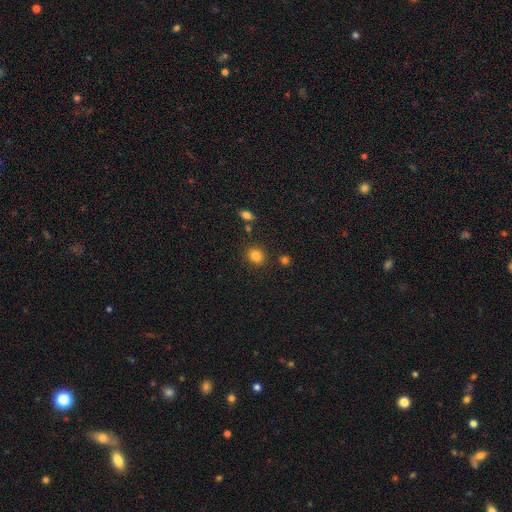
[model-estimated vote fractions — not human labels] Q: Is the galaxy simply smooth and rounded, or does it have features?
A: smooth — 83%.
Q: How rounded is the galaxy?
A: round — 80%.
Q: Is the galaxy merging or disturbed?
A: none — 85%.